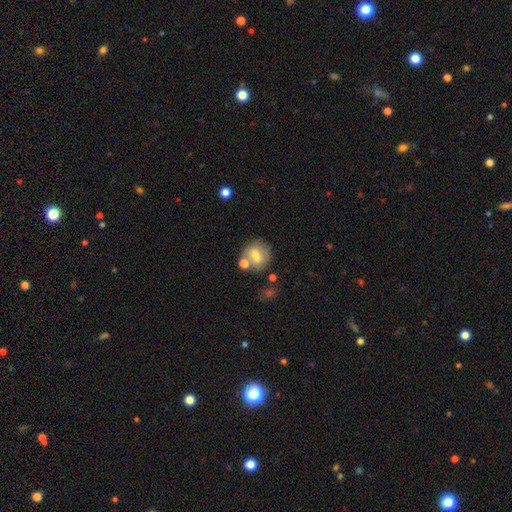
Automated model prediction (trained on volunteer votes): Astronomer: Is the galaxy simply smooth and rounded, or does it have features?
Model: smooth — 70%.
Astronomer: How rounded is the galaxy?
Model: round — 79%.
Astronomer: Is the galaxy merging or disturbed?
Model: none — 62%.